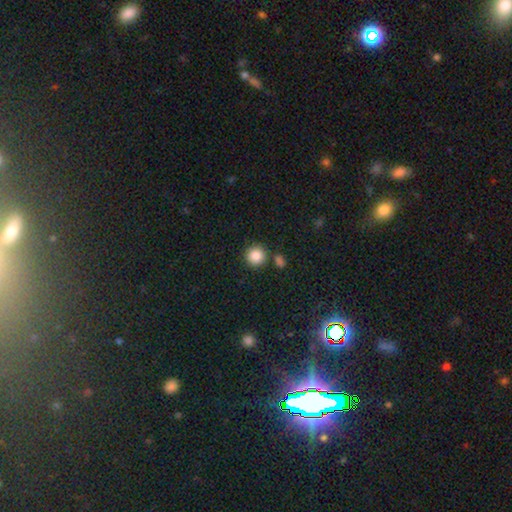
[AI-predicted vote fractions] The model was most divided on "merging": none: 82%, merger: 8%, minor disturbance: 7%, major disturbance: 3%. More confident: how rounded — round (94%); smooth or featured — smooth (87%).